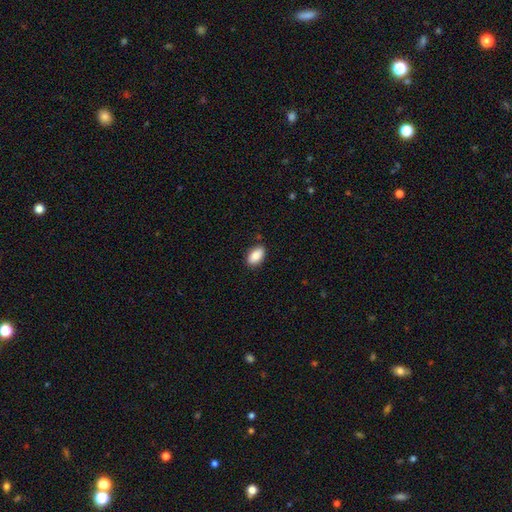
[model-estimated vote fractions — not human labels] Smooth or featured? Predicted: smooth (p=0.88). How rounded? Predicted: in between (p=0.93). Merging? Predicted: none (p=0.83).